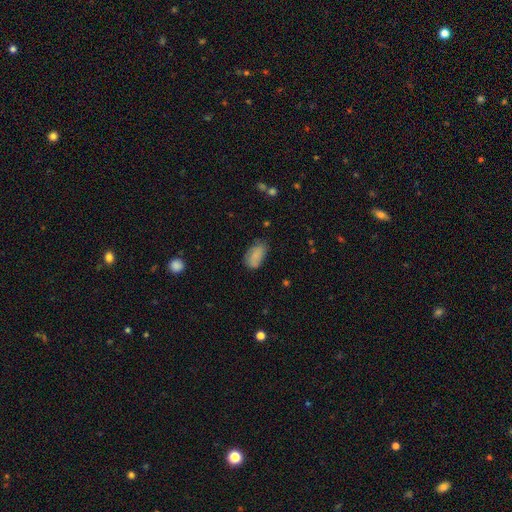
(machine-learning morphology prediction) type=smooth (83%); roundness=in between (93%); merging=none (63%).